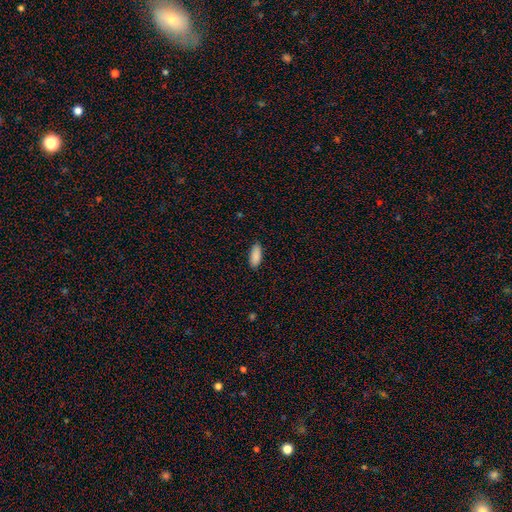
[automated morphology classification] smooth_or_featured: smooth (p=0.89) [alt: star or artifact p=0.06]
how_rounded: in between (p=0.83) [alt: cigar-shaped p=0.15]
merging: none (p=0.86) [alt: minor disturbance p=0.11]